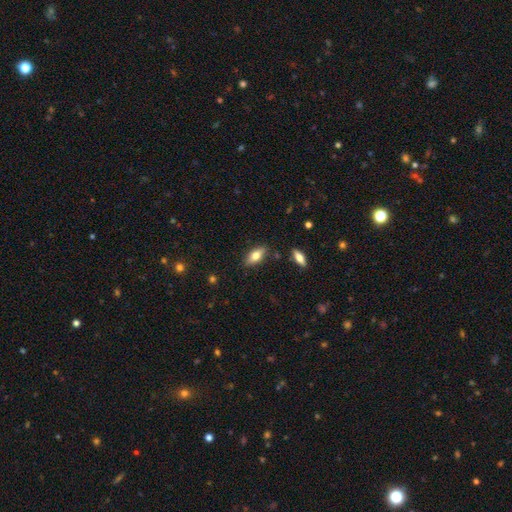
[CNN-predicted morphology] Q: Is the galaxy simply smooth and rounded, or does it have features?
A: smooth — 65%.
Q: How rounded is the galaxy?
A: in between — 75%.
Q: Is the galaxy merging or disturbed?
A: none — 84%.